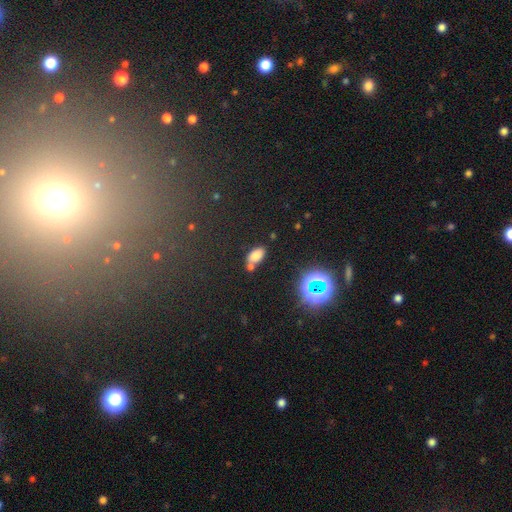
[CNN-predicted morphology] This appears to be a smooth galaxy with no disk features (72%) that is in between round and cigar-shaped (90%). Merging: none (56%).